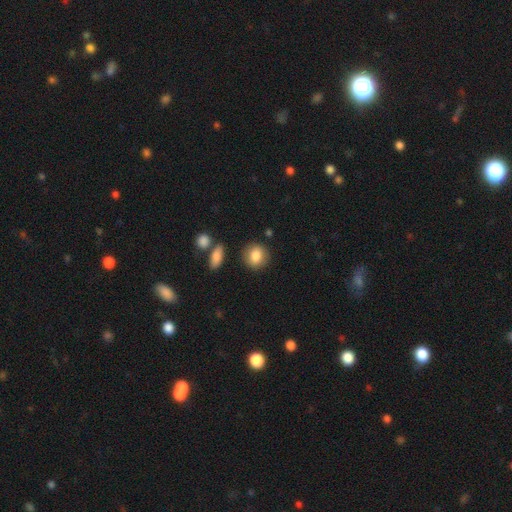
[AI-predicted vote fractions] Overall: smooth (85%). How rounded: round (75%). Merging: none (85%).